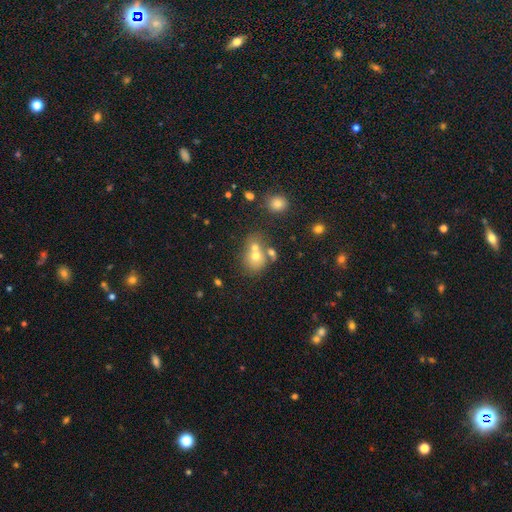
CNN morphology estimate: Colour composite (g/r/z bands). It shows a smooth galaxy with no disk features (64%) that is round (66%). Merging: merger (48%).